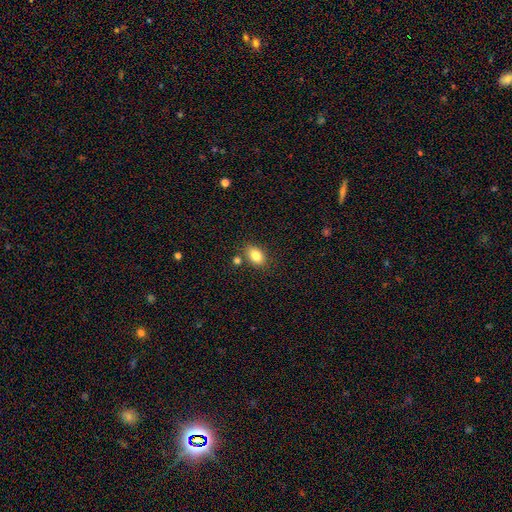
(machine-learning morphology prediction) Smooth or featured?
  - smooth: 82% *
  - featured or disk: 9%
  - star or artifact: 9%
How rounded?
  - in between: 85% *
  - round: 14%
  - cigar-shaped: 2%
Merging?
  - none: 77% *
  - minor disturbance: 12%
  - merger: 9%
  - major disturbance: 3%